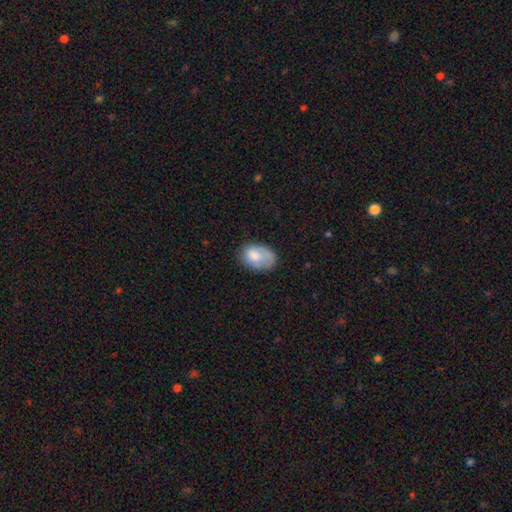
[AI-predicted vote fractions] The model was most divided on "merging": none: 54%, minor disturbance: 30%, major disturbance: 13%, merger: 2%. More confident: how rounded — in between (83%); smooth or featured — smooth (76%).